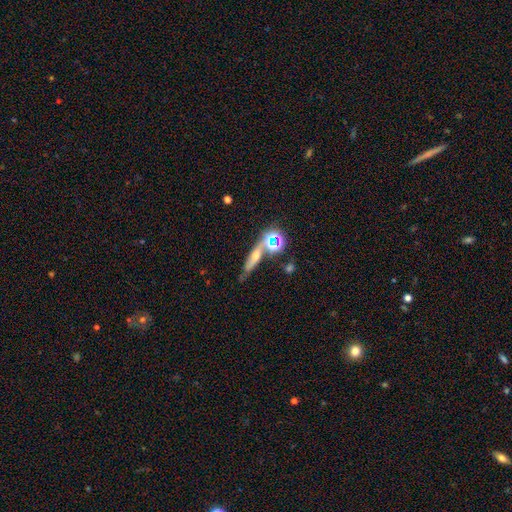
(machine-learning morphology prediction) This appears to be a featured or disk galaxy (44%). Merging: none (63%).